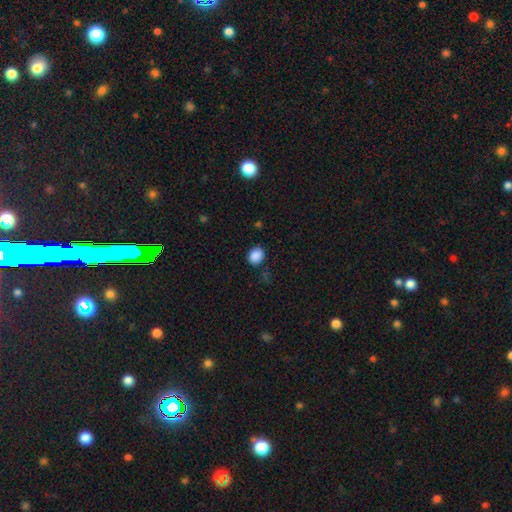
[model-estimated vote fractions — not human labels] A smooth galaxy with no disk features (88%) that is round (62%).

Vote fractions:
- Smooth or featured? smooth: 88% / star or artifact: 9% / featured or disk: 3%
- How rounded? round: 62% / in between: 37% / cigar-shaped: 1%
- Merging? none: 85% / minor disturbance: 11% / major disturbance: 3% / merger: 2%